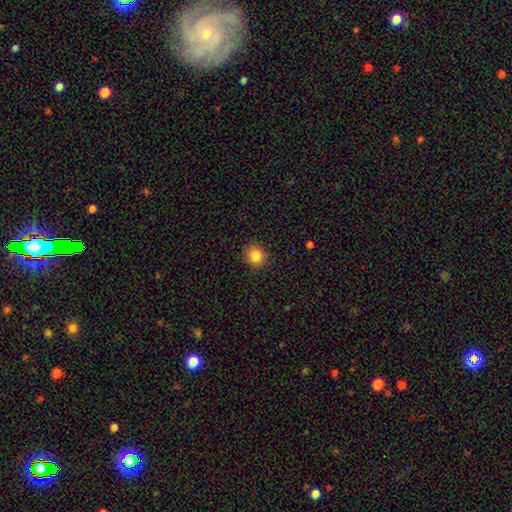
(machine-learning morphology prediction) smooth_or_featured: smooth (p=0.85) [alt: star or artifact p=0.10]
how_rounded: round (p=0.83) [alt: in between p=0.16]
merging: none (p=0.91) [alt: minor disturbance p=0.06]